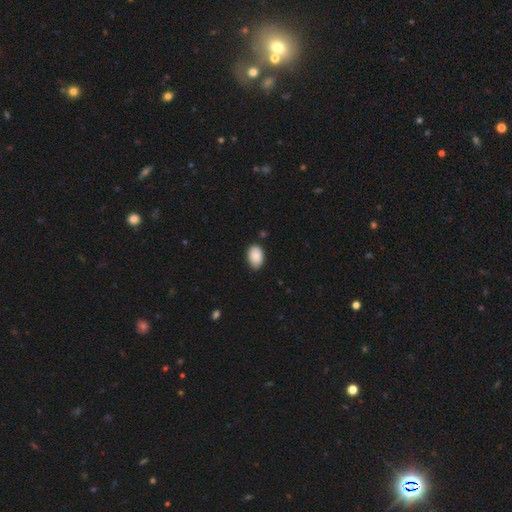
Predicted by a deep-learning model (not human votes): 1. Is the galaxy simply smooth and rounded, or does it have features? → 89% smooth, 7% star or artifact, 4% featured or disk.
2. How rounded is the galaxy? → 88% in between, 11% round, 1% cigar-shaped.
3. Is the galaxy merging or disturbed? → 76% none, 20% minor disturbance, 3% major disturbance, 1% merger.